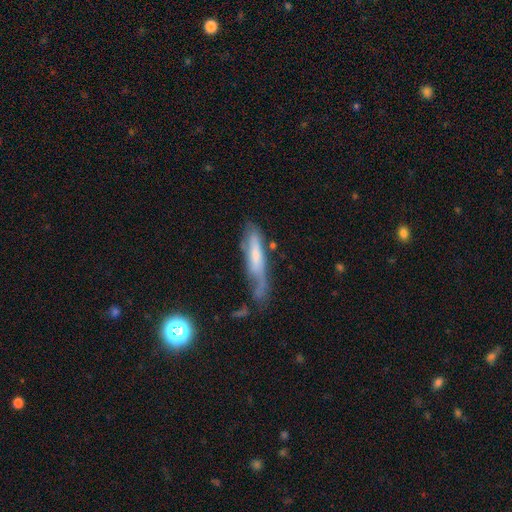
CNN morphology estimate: The model was most divided on "smooth or featured": smooth: 47%, featured or disk: 46%, star or artifact: 8%. Remaining: merging — none (37%).